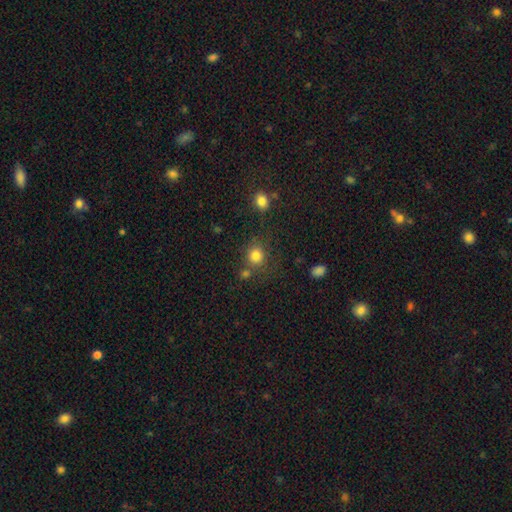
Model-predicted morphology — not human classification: smooth 81%, star or artifact 13%, featured or disk 6%. Down the decision tree: how rounded — round (84%); merging — none (70%).